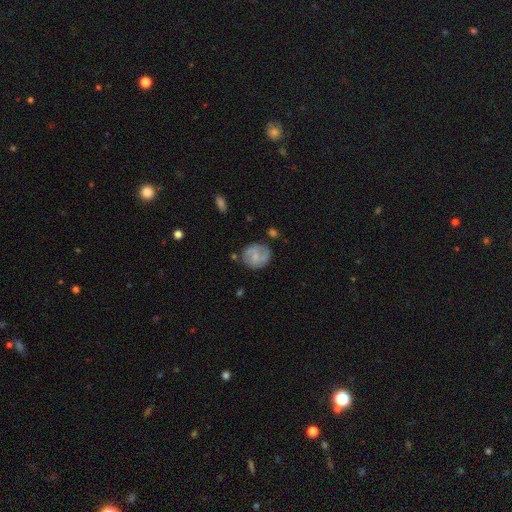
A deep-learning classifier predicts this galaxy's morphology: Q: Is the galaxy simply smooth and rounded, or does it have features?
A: featured or disk — 51%.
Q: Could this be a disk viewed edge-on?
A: no — 97%.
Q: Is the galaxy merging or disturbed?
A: none — 65%.